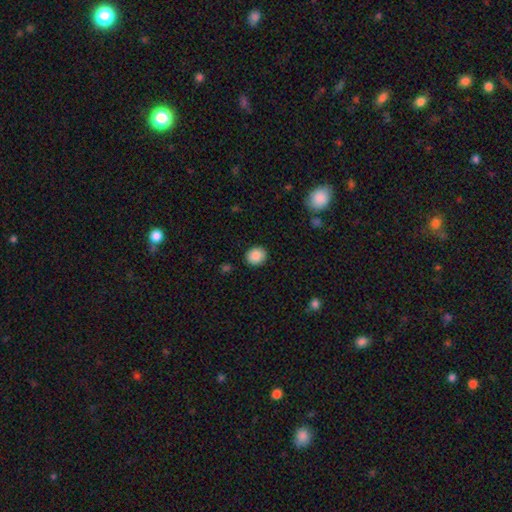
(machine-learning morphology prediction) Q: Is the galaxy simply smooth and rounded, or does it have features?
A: smooth — 87%.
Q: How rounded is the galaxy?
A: round — 72%.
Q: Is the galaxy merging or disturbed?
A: none — 89%.